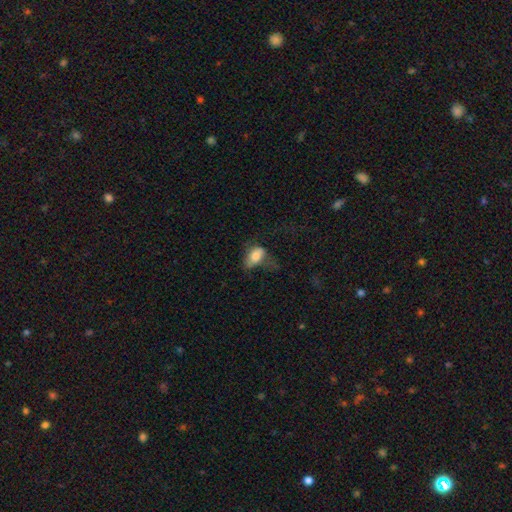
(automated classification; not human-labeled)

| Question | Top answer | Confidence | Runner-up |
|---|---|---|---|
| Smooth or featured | smooth | 74% | featured or disk (17%) |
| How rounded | in between | 88% | round (9%) |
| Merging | major disturbance | 43% | minor disturbance (28%) |